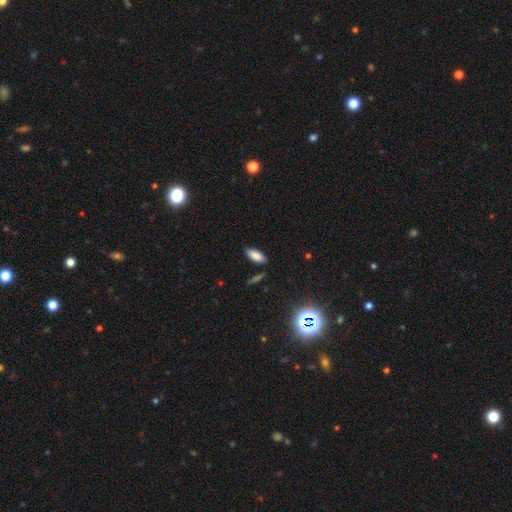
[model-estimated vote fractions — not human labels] smooth-or-featured: smooth: 82% | star or artifact: 10% | featured or disk: 8%
  how-rounded: in between: 81% | cigar-shaped: 16% | round: 2%
  merging: none: 85% | minor disturbance: 10% | merger: 3% | major disturbance: 2%